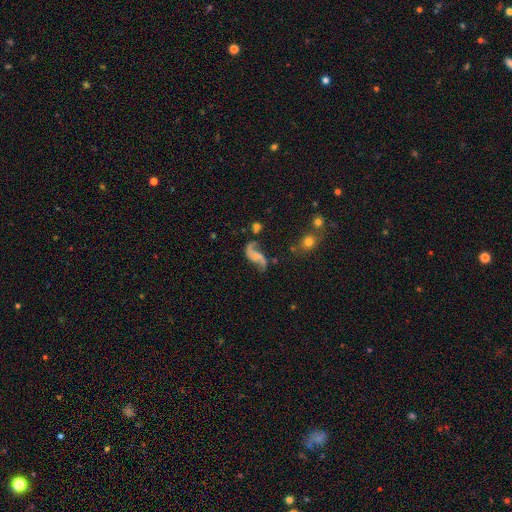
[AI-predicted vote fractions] Overall: featured or disk (82%). Edge-on disk: no (97%). Bar: no (56%; weak 33%). Spiral arms: yes (94%). Spiral arm count: 2 (91%). Spiral winding: loose (84%). Bulge size: none (45%; small 37%). Merging: none (58%; minor disturbance 19%).